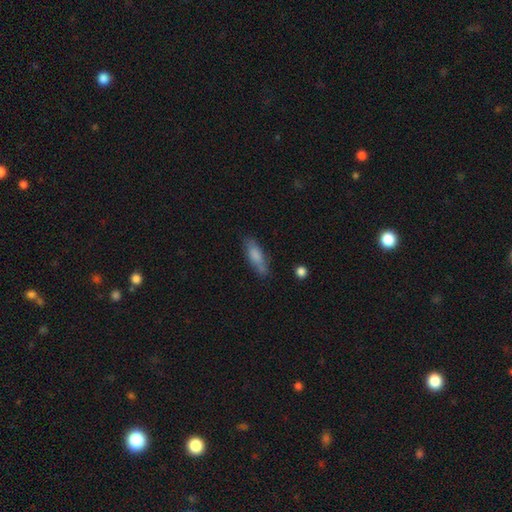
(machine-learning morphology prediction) Q: Smooth or featured?
A: smooth (76%); runner-up: featured or disk (16%)
Q: How rounded?
A: cigar-shaped (49%); runner-up: in between (48%)
Q: Merging?
A: none (70%); runner-up: minor disturbance (21%)